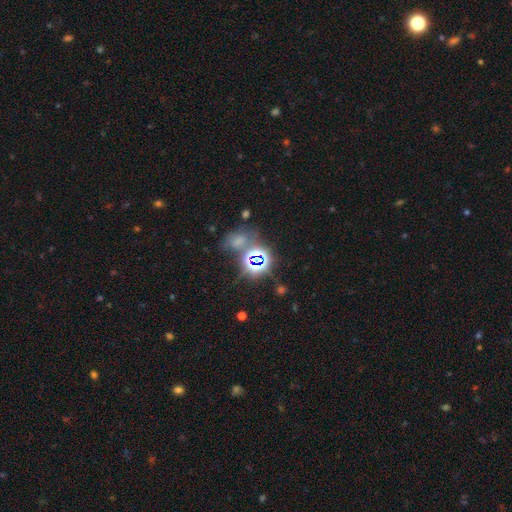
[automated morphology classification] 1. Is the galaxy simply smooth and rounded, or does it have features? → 75% star or artifact, 16% smooth, 10% featured or disk.